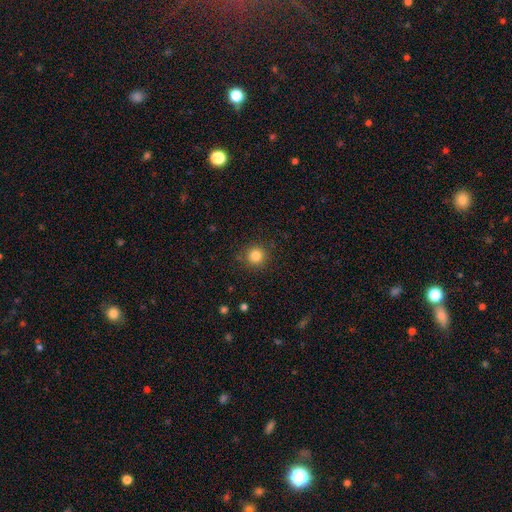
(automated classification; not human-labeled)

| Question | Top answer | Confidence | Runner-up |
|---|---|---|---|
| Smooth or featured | smooth | 83% | star or artifact (12%) |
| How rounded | round | 94% | in between (5%) |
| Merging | none | 89% | minor disturbance (7%) |